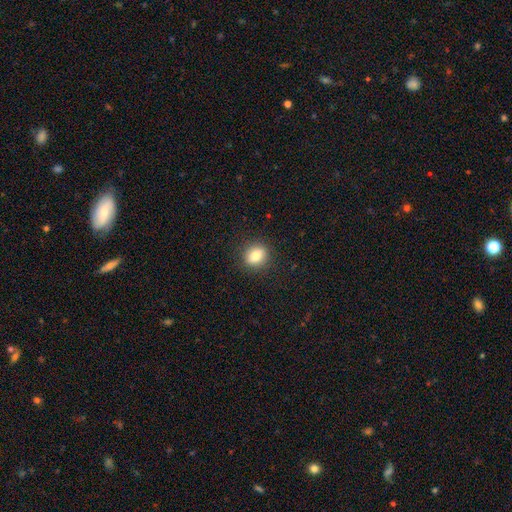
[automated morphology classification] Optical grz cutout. It shows a smooth galaxy with no disk features (82%) that is round (62%). Merging: none (89%).